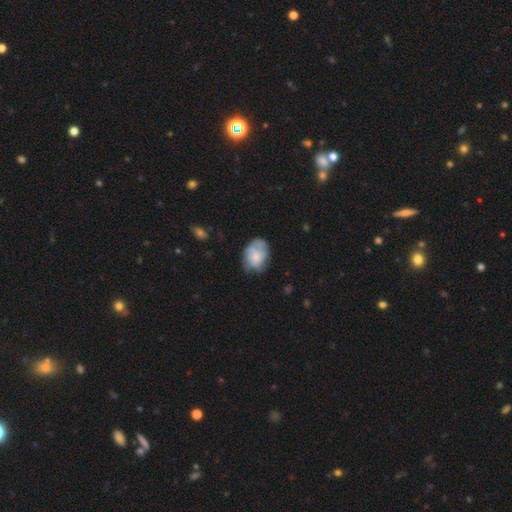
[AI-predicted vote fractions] A smooth galaxy with no disk features (63%) that is in between round and cigar-shaped (68%).

Vote fractions:
- Smooth or featured? smooth: 63% / featured or disk: 30% / star or artifact: 7%
- How rounded? in between: 68% / round: 31% / cigar-shaped: 1%
- Merging? none: 53% / minor disturbance: 31% / major disturbance: 14% / merger: 2%